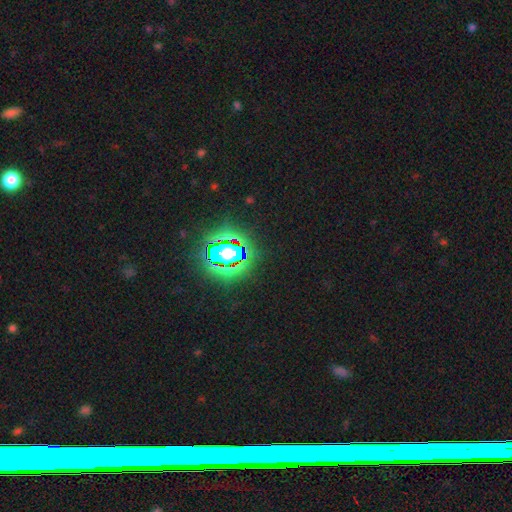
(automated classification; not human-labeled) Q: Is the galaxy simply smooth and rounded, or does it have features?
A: star or artifact — 81%.